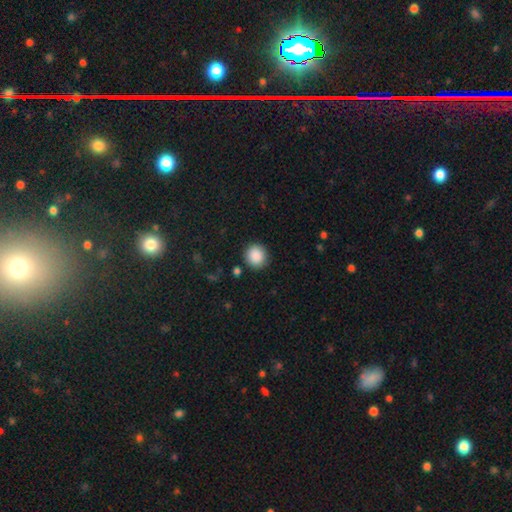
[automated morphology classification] smooth 88%, star or artifact 9%, featured or disk 3%. Down the decision tree: how rounded — round (90%); merging — none (89%).